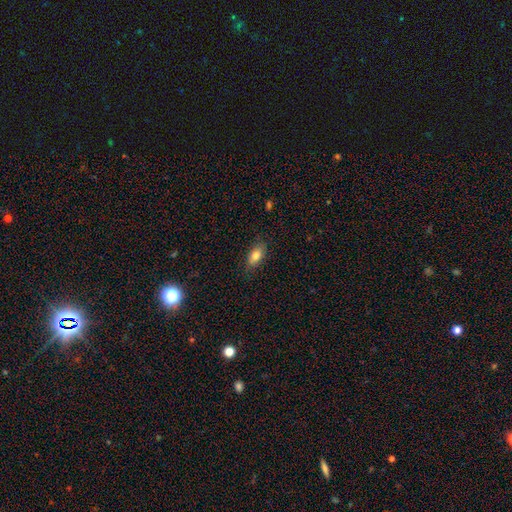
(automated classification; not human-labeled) A smooth galaxy with no disk features (79%) that is in between round and cigar-shaped (86%). Merging: none (81%).